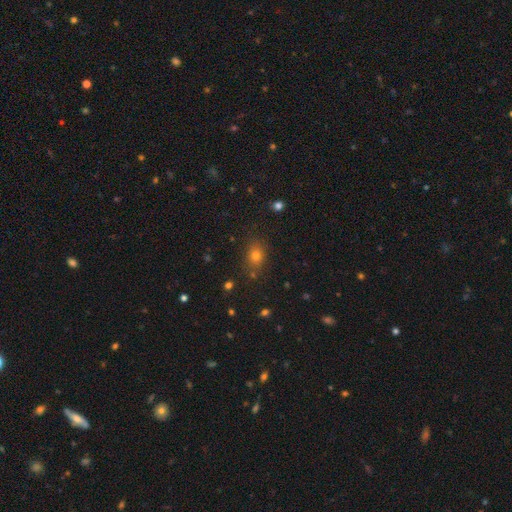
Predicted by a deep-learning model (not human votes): smooth 71%, star or artifact 20%, featured or disk 9%. Down the decision tree: how rounded — in between (52%); merging — none (82%).